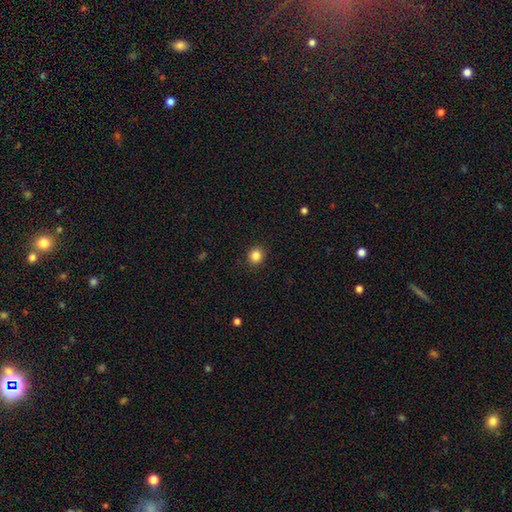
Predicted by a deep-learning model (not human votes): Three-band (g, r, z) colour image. It shows a smooth galaxy with no disk features (85%) that is round (87%). Merging: none (91%).